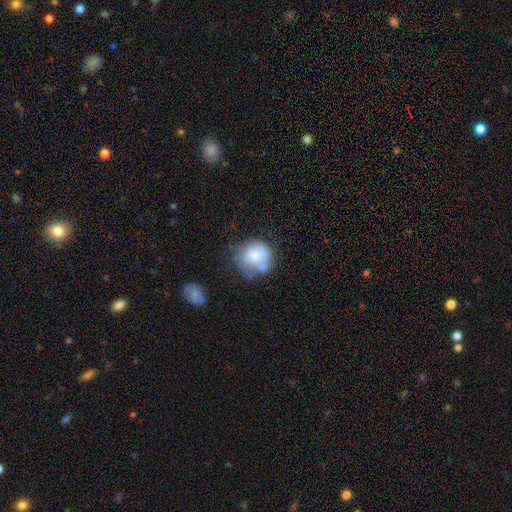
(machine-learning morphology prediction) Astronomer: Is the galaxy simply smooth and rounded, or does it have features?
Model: smooth — 65%.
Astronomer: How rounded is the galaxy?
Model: round — 81%.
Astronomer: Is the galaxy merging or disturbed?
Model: none — 45% (runner-up: minor disturbance, 25%).